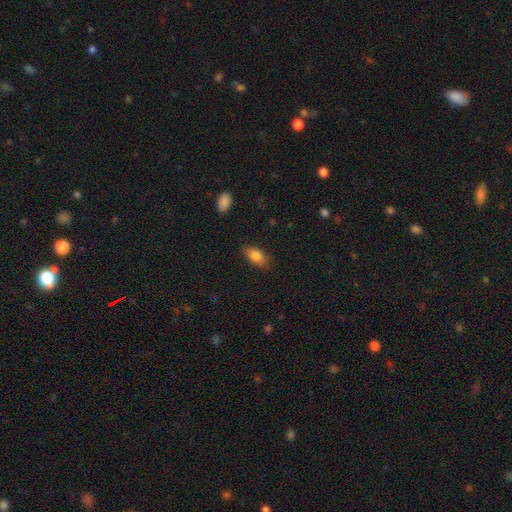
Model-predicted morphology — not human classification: Q: Smooth or featured?
A: smooth (83%); runner-up: featured or disk (10%)
Q: How rounded?
A: in between (87%); runner-up: cigar-shaped (9%)
Q: Merging?
A: none (80%); runner-up: minor disturbance (15%)